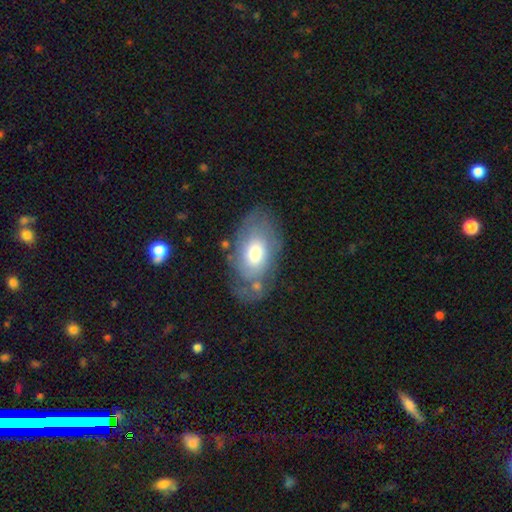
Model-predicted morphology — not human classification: smooth_or_featured: featured or disk (p=0.46) [tied with: smooth p=0.46]
merging: none (p=0.64) [alt: minor disturbance p=0.22]